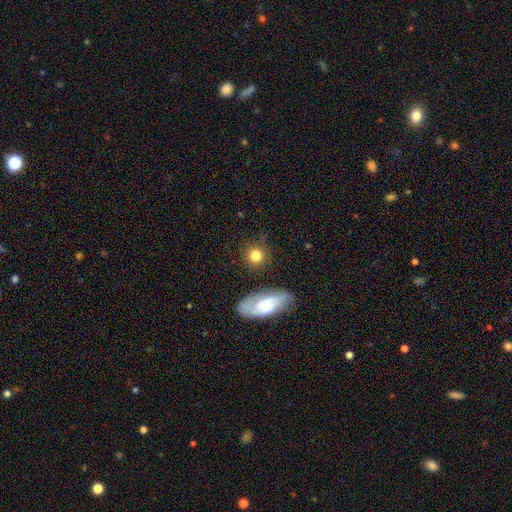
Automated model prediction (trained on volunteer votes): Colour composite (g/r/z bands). It shows a smooth galaxy with no disk features (78%) that is round (88%). Merging: none (83%).